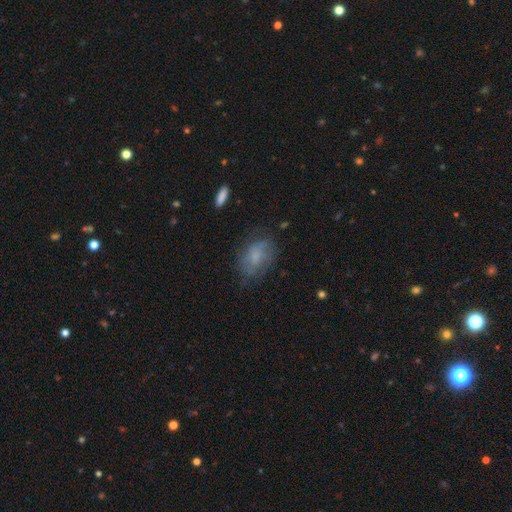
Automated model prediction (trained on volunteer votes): Smooth or featured? Predicted: smooth (p=0.59). How rounded? Predicted: in between (p=0.80). Merging? Predicted: none (p=0.61).